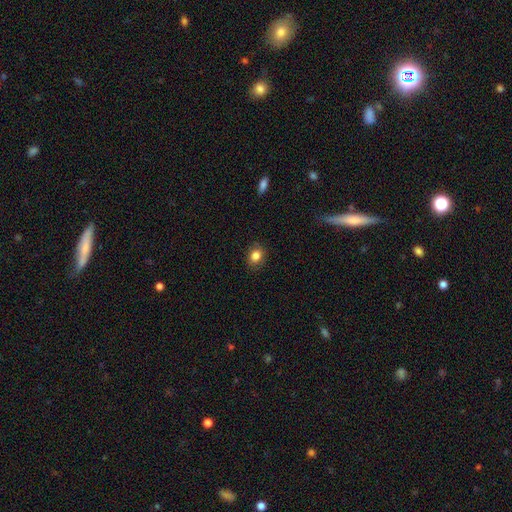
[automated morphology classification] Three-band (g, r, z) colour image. It shows a smooth galaxy with no disk features (84%) that is round (52%). Merging: none (87%).